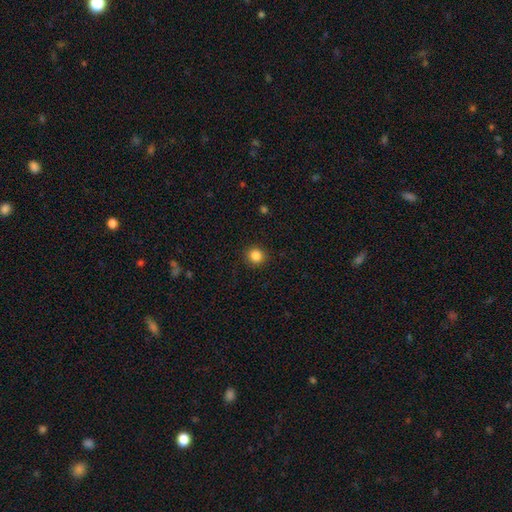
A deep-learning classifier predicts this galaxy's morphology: This is clearly a smooth galaxy (85%). How rounded: clearly round (90%). Merging: clearly none (91%).